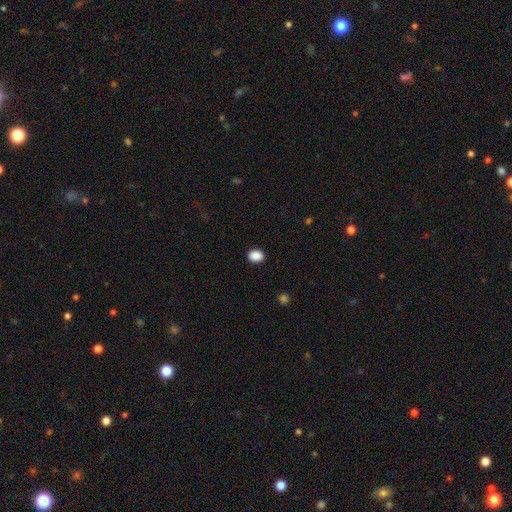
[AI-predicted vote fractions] Q: Smooth or featured?
A: smooth (89%); runner-up: star or artifact (9%)
Q: How rounded?
A: in between (56%); runner-up: round (43%)
Q: Merging?
A: none (90%); runner-up: minor disturbance (7%)